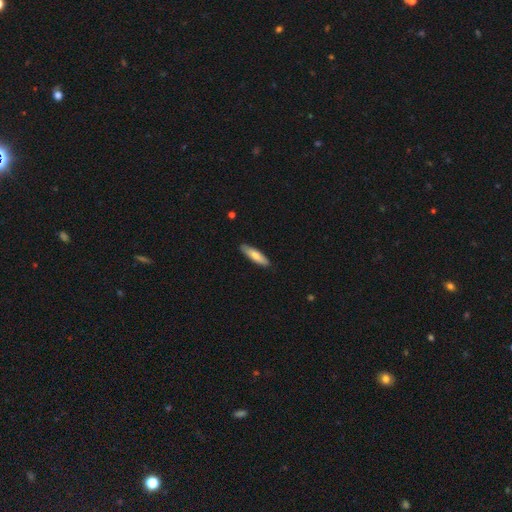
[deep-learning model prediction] Smooth or featured?
  - smooth: 75% *
  - featured or disk: 20%
  - star or artifact: 5%
How rounded?
  - cigar-shaped: 71% *
  - in between: 28%
  - round: 1%
Merging?
  - none: 88% *
  - minor disturbance: 10%
  - major disturbance: 2%
  - merger: 1%